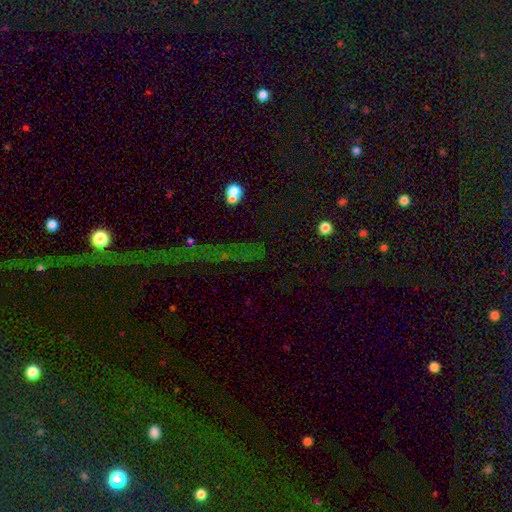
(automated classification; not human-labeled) The model was most divided on "smooth or featured": star or artifact: 65%, smooth: 19%, featured or disk: 16%.